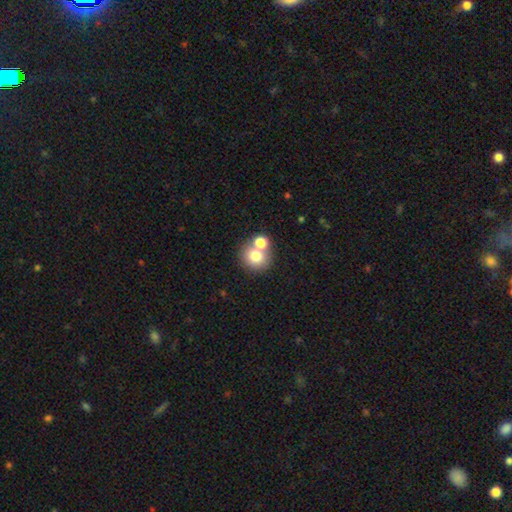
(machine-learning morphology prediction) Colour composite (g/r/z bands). It shows a smooth galaxy with no disk features (76%) that is round (84%). Merging: none (51%).